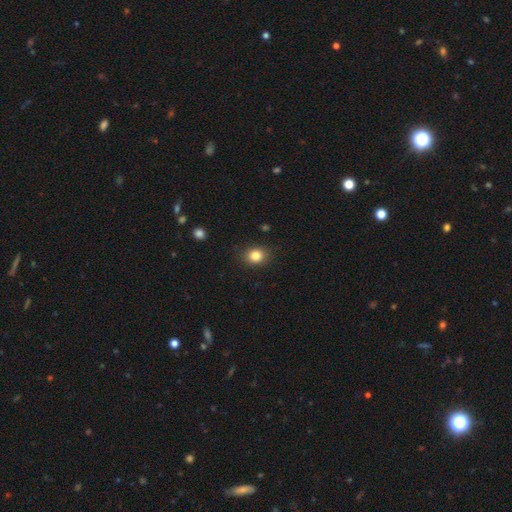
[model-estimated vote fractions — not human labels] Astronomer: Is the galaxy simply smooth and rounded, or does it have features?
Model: smooth — 84%.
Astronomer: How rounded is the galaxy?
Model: round — 60% (runner-up: in between, 39%).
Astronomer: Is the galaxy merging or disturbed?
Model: none — 87%.